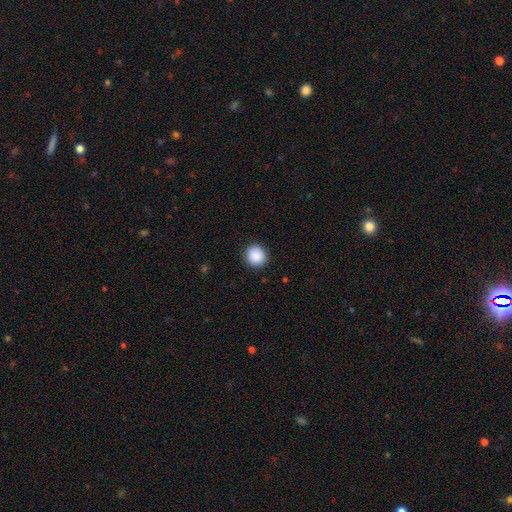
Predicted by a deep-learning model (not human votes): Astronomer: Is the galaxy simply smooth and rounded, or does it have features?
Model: smooth — 90%.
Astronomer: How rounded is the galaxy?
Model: round — 92%.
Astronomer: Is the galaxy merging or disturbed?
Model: none — 91%.